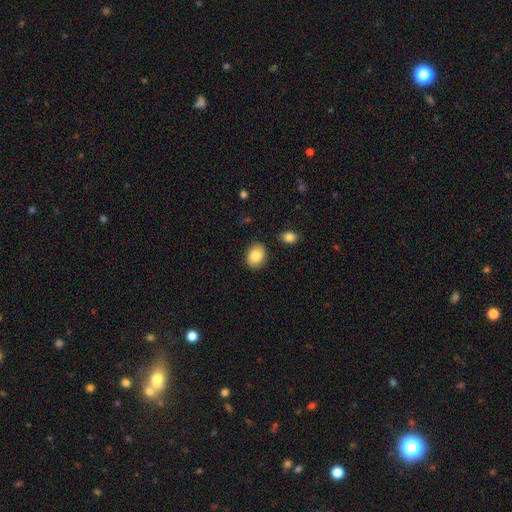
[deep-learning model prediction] A smooth galaxy with no disk features (85%) that is in between round and cigar-shaped (63%).

Vote fractions:
- Smooth or featured? smooth: 85% / featured or disk: 7% / star or artifact: 7%
- How rounded? in between: 63% / round: 36% / cigar-shaped: 1%
- Merging? none: 85% / minor disturbance: 10% / merger: 3% / major disturbance: 2%